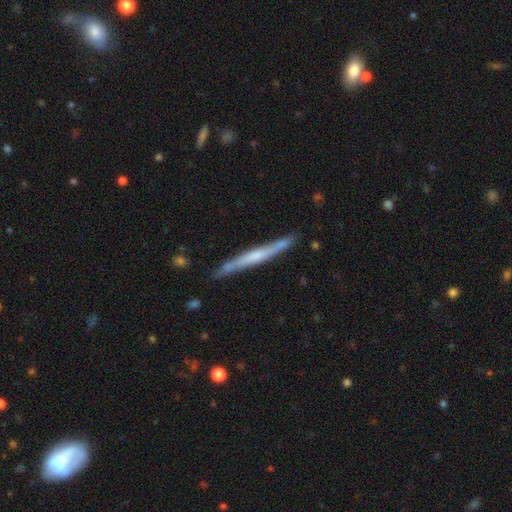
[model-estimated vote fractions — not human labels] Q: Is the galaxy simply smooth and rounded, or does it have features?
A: featured or disk — 62%.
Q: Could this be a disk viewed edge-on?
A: yes — 95%.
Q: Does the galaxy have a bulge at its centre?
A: none — 52%.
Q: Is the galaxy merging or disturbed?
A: none — 83%.